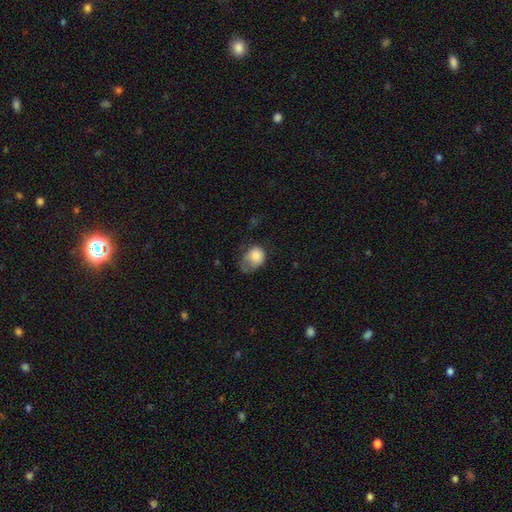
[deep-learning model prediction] Smooth or featured: smooth — 80% (featured or disk — 13%)
How rounded: in between — 56% (round — 43%)
Merging: major disturbance — 40% (minor disturbance — 36%)